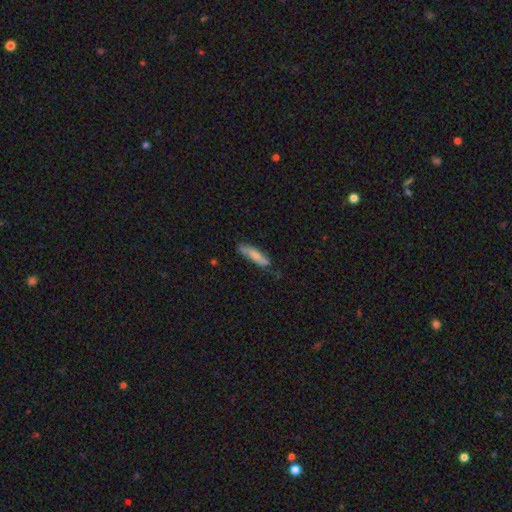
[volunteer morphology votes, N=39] Q: Smooth or featured?
A: smooth (67%); runner-up: featured or disk (28%)
Q: How rounded?
A: cigar-shaped (69%); runner-up: in between (31%)
Q: Merging?
A: none (65%); runner-up: minor disturbance (24%)